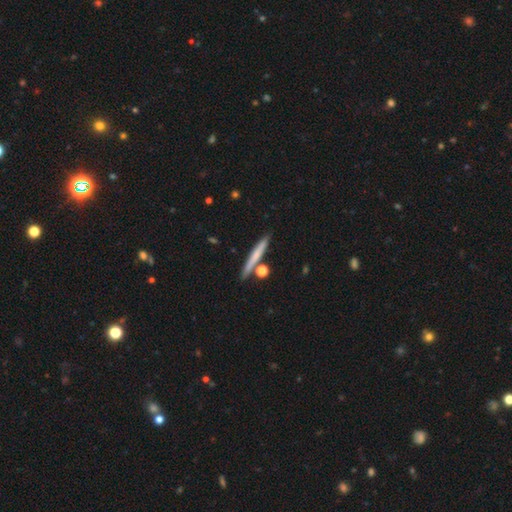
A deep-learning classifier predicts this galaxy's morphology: smooth_or_featured: smooth (p=0.61) [alt: featured or disk p=0.32]
how_rounded: cigar-shaped (p=0.92) [alt: in between p=0.04]
merging: none (p=0.80) [alt: minor disturbance p=0.09]